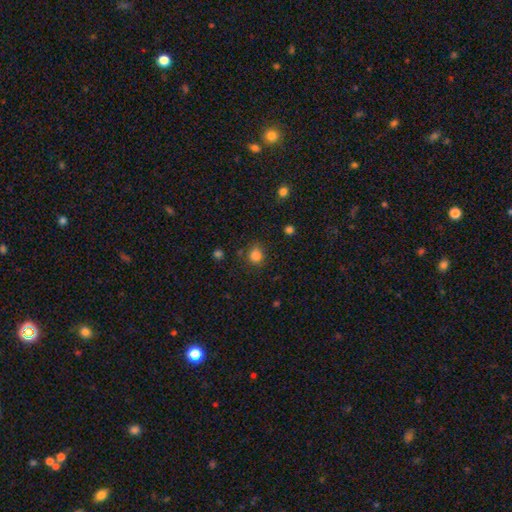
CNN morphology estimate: This is clearly a smooth galaxy (82%). How rounded: likely round (74%). Merging: likely none (75%).